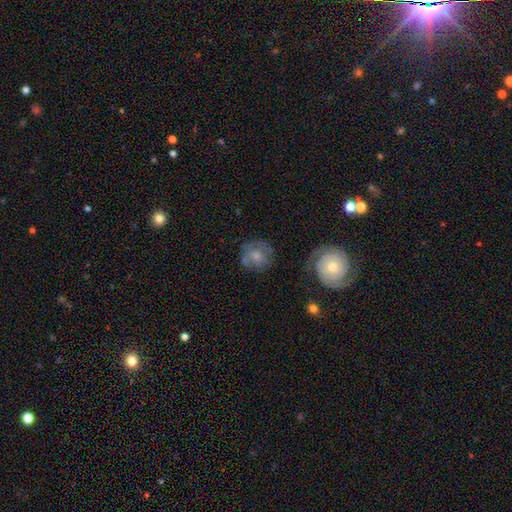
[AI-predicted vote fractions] Smooth or featured? smooth (52%)
How rounded? round (82%)
Merging? none (60%)